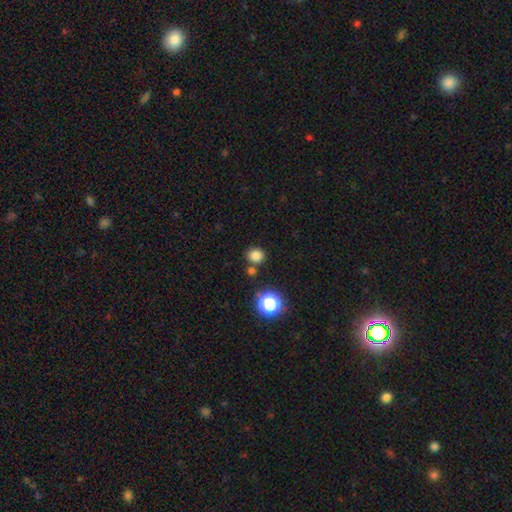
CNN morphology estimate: smooth-or-featured: smooth: 79% | star or artifact: 16% | featured or disk: 5%
  how-rounded: round: 83% | in between: 16% | cigar-shaped: 1%
  merging: none: 78% | merger: 11% | minor disturbance: 9% | major disturbance: 3%